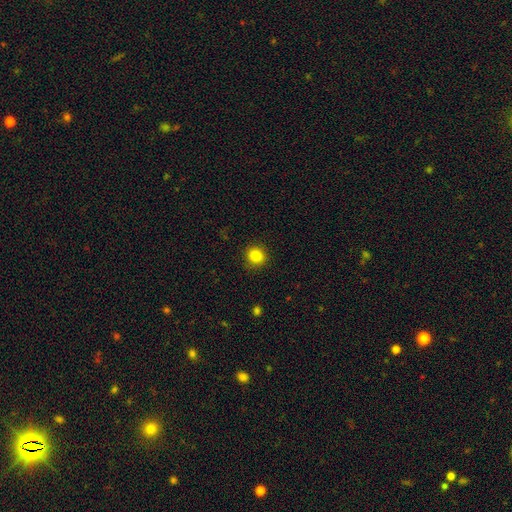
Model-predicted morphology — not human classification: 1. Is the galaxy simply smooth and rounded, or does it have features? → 85% smooth, 11% star or artifact, 4% featured or disk.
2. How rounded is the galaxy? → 88% round, 11% in between, 1% cigar-shaped.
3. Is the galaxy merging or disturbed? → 88% none, 8% minor disturbance, 3% major disturbance, 1% merger.